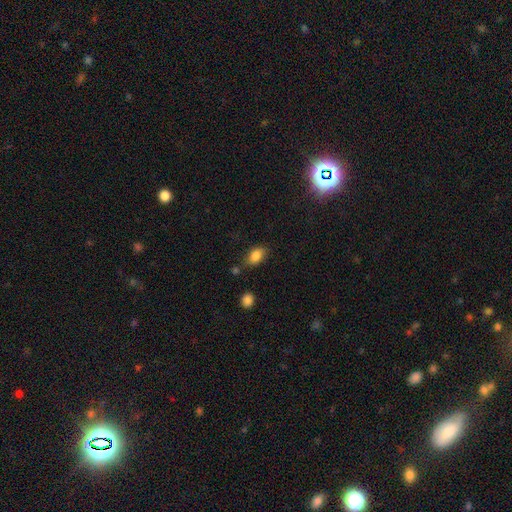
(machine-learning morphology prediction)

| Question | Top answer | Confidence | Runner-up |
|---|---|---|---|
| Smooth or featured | smooth | 84% | star or artifact (9%) |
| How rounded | in between | 86% | round (11%) |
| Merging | none | 75% | minor disturbance (16%) |